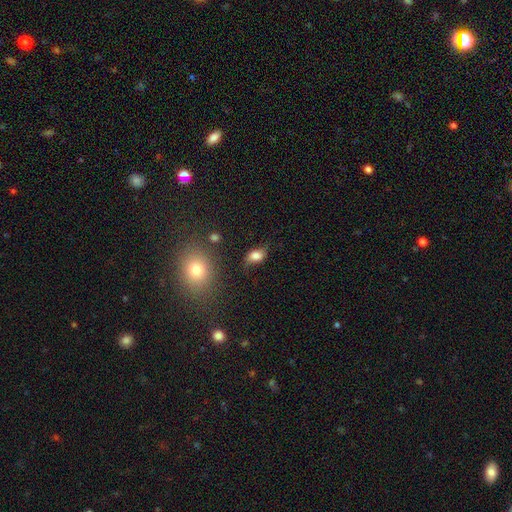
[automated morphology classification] The model was most divided on "merging": none: 54%, minor disturbance: 28%, major disturbance: 12%, merger: 5%. More confident: how rounded — in between (82%); smooth or featured — smooth (70%).